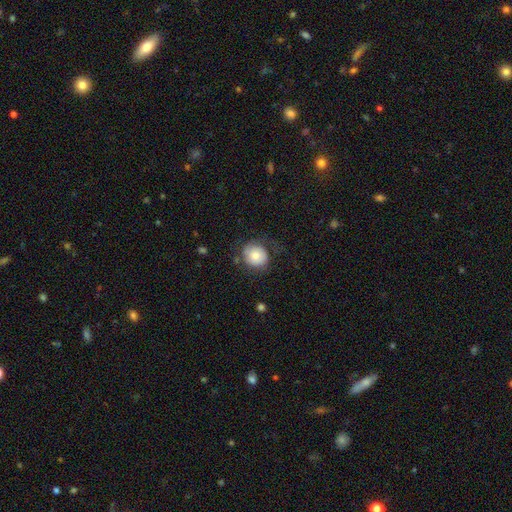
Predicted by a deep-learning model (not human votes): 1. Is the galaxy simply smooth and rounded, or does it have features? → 73% smooth, 19% featured or disk, 8% star or artifact.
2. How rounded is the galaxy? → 81% round, 18% in between, 1% cigar-shaped.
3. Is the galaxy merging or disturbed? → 63% none, 21% minor disturbance, 14% major disturbance, 2% merger.